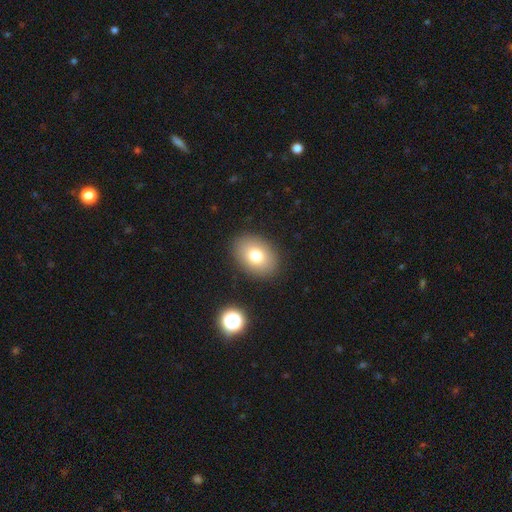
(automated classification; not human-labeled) smooth-or-featured: smooth: 77% | featured or disk: 12% | star or artifact: 10%
  how-rounded: in between: 72% | round: 27% | cigar-shaped: 1%
  merging: none: 89% | minor disturbance: 7% | major disturbance: 2% | merger: 1%